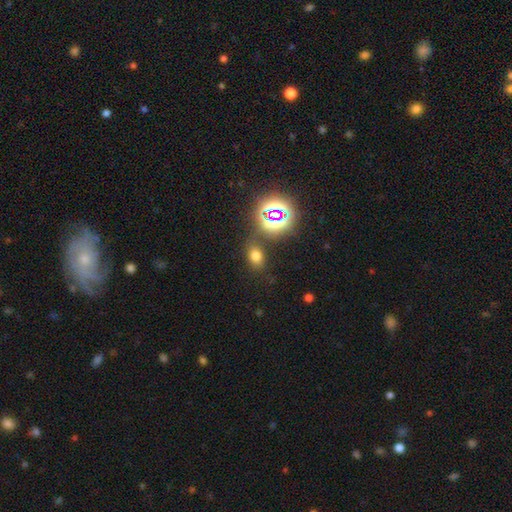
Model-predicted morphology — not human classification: smooth-or-featured: smooth: 64% | star or artifact: 28% | featured or disk: 8%
  how-rounded: in between: 70% | round: 28% | cigar-shaped: 2%
  merging: none: 76% | minor disturbance: 13% | merger: 7% | major disturbance: 5%